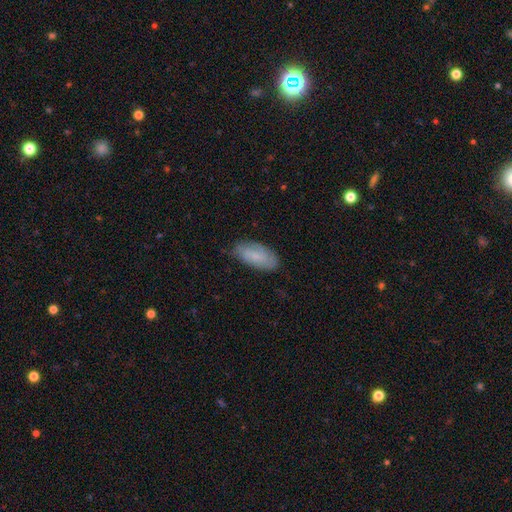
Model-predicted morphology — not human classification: The model was most divided on "smooth or featured": smooth: 68%, featured or disk: 26%, star or artifact: 7%. More confident: how rounded — in between (86%); merging — none (74%).